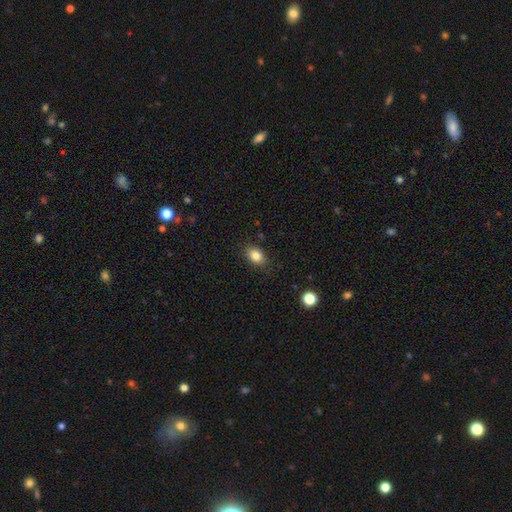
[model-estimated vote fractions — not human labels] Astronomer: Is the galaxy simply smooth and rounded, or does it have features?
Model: smooth — 85%.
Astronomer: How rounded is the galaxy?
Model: in between — 78%.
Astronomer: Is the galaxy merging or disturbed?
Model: none — 83%.